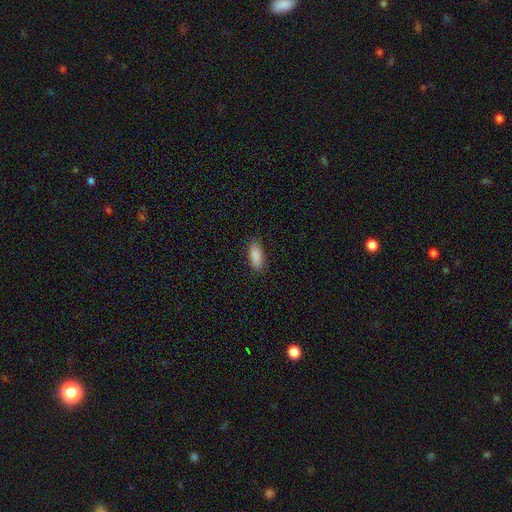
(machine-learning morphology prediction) Smooth or featured? Predicted: smooth (p=0.89). How rounded? Predicted: in between (p=0.77). Merging? Predicted: none (p=0.87).